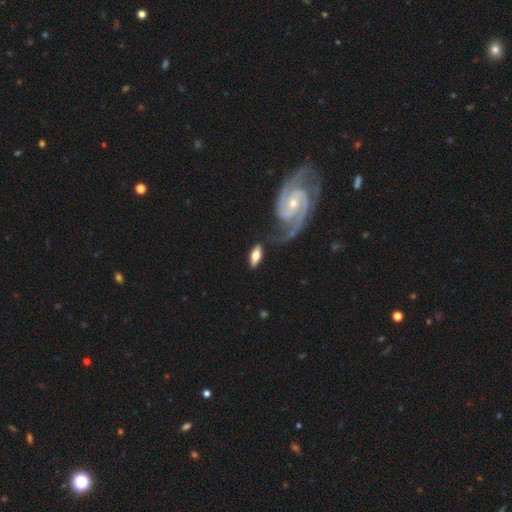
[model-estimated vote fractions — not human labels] Smooth or featured?
  - smooth: 54% *
  - featured or disk: 40%
  - star or artifact: 6%
How rounded?
  - in between: 87% *
  - cigar-shaped: 9%
  - round: 4%
Merging?
  - none: 67% *
  - minor disturbance: 18%
  - major disturbance: 8%
  - merger: 7%